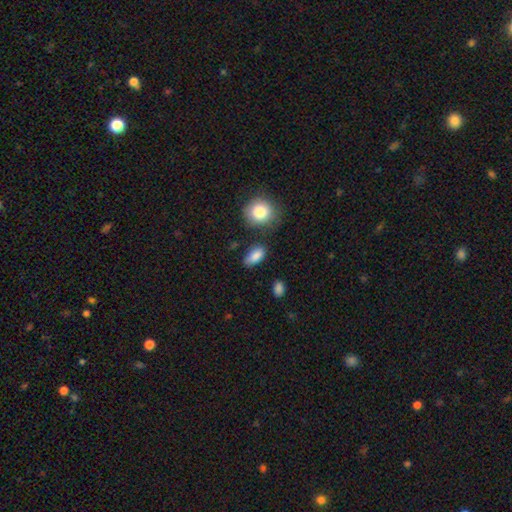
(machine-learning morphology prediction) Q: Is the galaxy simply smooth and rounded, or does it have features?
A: smooth — 86%.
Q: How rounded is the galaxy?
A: in between — 88%.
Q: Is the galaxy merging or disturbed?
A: none — 72%.